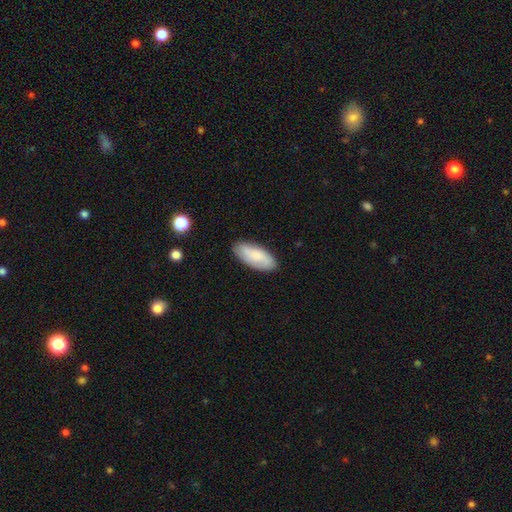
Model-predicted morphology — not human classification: Overall: smooth (78%). How rounded: in between (85%). Merging: none (85%).